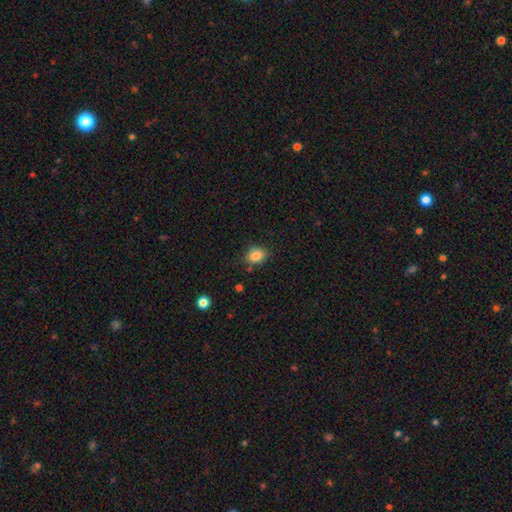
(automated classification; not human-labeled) Morphology: type=smooth (84%); roundness=in between (59%); merging=none (78%).